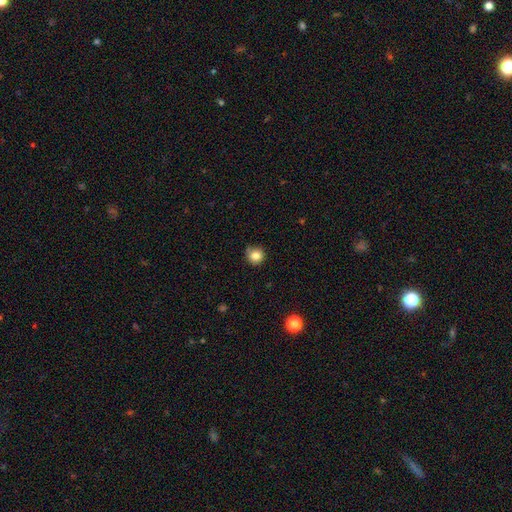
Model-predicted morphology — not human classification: Smooth or featured? smooth (83%)
How rounded? round (93%)
Merging? none (78%)